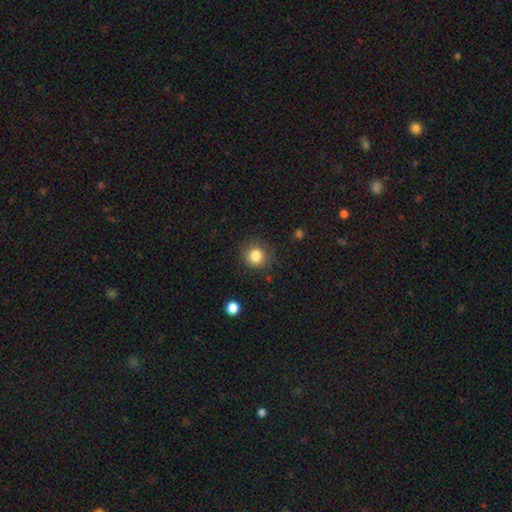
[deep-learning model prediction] smooth_or_featured: smooth (p=0.84) [alt: star or artifact p=0.11]
how_rounded: round (p=0.92) [alt: in between p=0.07]
merging: none (p=0.86) [alt: minor disturbance p=0.09]